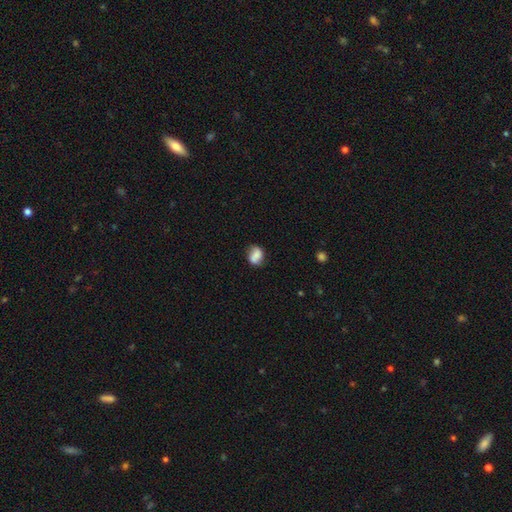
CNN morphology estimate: The model was most divided on "how rounded": in between: 57%, round: 41%, cigar-shaped: 2%. More confident: smooth or featured — smooth (70%); merging — none (55%).